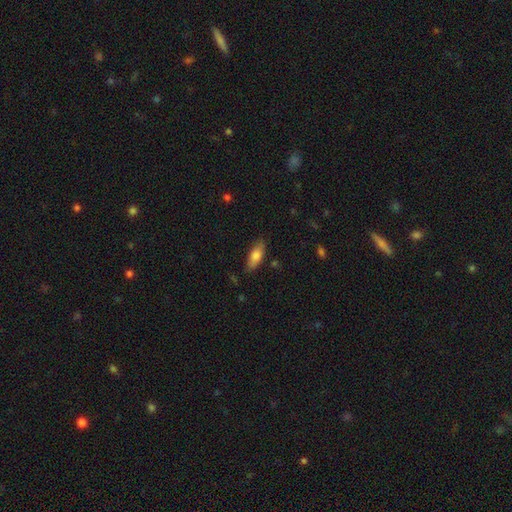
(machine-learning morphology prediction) Smooth or featured: smooth — 77% (featured or disk — 17%)
How rounded: in between — 72% (cigar-shaped — 26%)
Merging: none — 81% (minor disturbance — 15%)